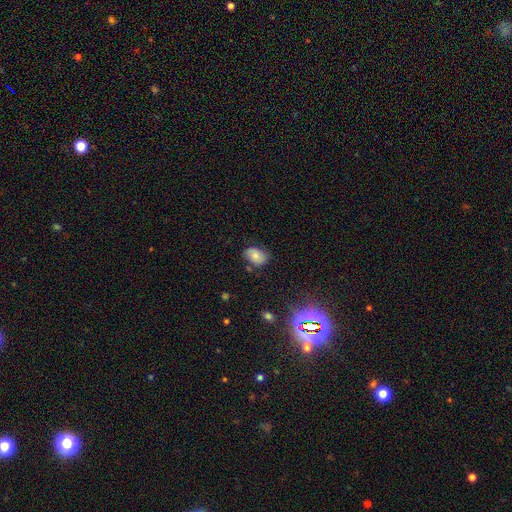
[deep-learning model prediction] Smooth or featured? smooth (70%)
How rounded? in between (82%)
Merging? none (69%)